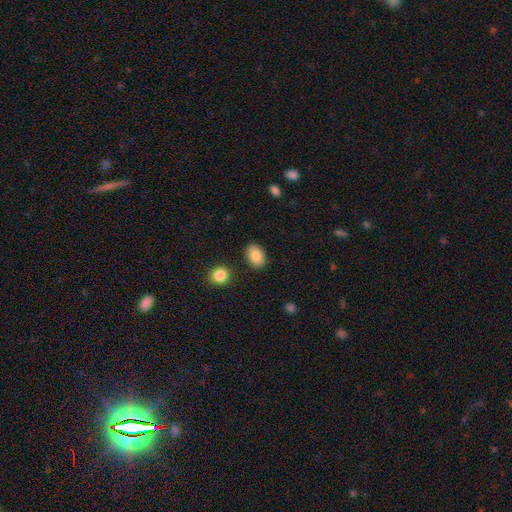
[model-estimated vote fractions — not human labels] smooth 87%, star or artifact 7%, featured or disk 6%. Down the decision tree: how rounded — in between (82%); merging — none (86%).